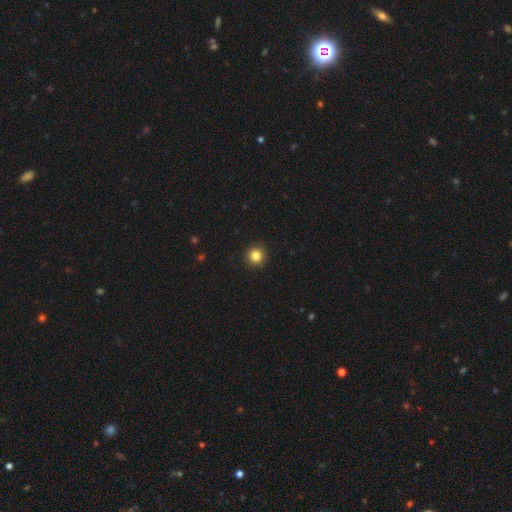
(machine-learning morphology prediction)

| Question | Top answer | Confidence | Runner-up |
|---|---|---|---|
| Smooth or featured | smooth | 84% | star or artifact (12%) |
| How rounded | round | 93% | in between (6%) |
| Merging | none | 92% | minor disturbance (5%) |